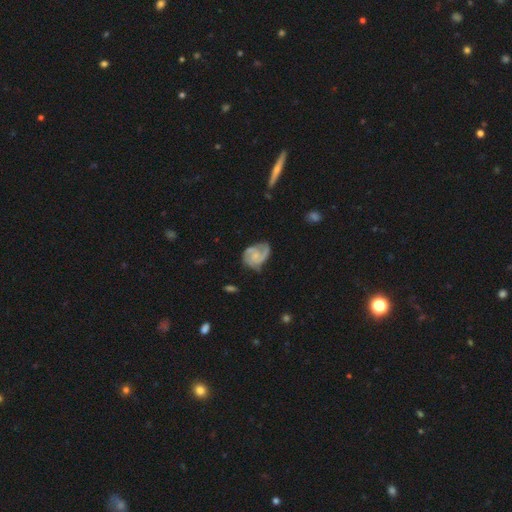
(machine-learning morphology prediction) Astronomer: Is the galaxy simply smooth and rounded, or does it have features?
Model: featured or disk — 79%.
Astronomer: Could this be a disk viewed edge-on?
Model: no — 98%.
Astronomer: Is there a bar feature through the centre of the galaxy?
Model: no — 66%.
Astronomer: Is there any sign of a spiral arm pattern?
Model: yes — 94%.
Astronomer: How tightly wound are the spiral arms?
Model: medium — 46% (runner-up: tight, 38%).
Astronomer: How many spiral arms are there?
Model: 2 — 52%.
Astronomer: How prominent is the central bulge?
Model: small — 57%.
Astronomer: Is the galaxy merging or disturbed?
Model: none — 55%.